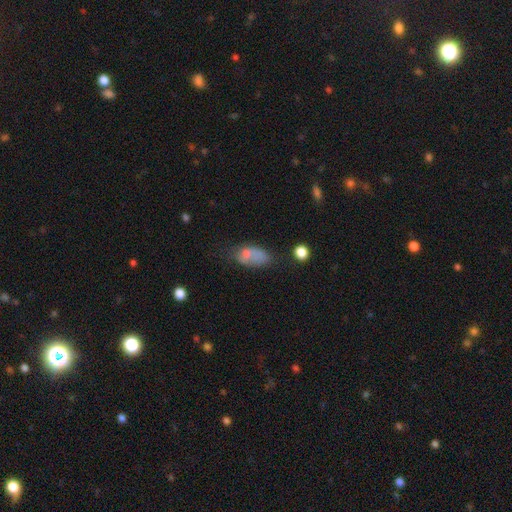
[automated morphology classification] Smooth or featured?
  - smooth: 68% *
  - featured or disk: 20%
  - star or artifact: 12%
How rounded?
  - in between: 86% *
  - round: 9%
  - cigar-shaped: 6%
Merging?
  - none: 36% *
  - minor disturbance: 30%
  - major disturbance: 21%
  - merger: 13%